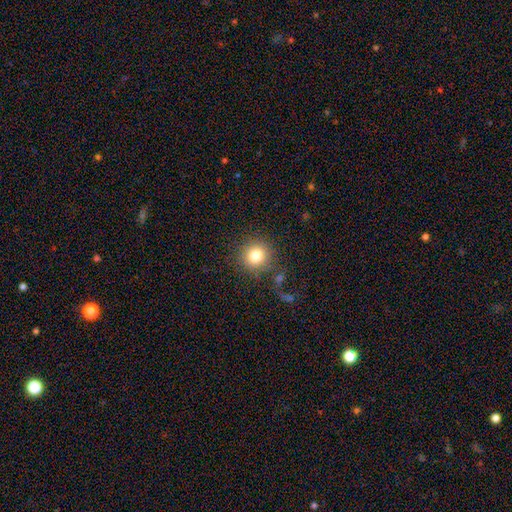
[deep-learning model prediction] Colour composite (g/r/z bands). It shows a smooth galaxy with no disk features (81%) that is round (91%). Merging: none (83%).